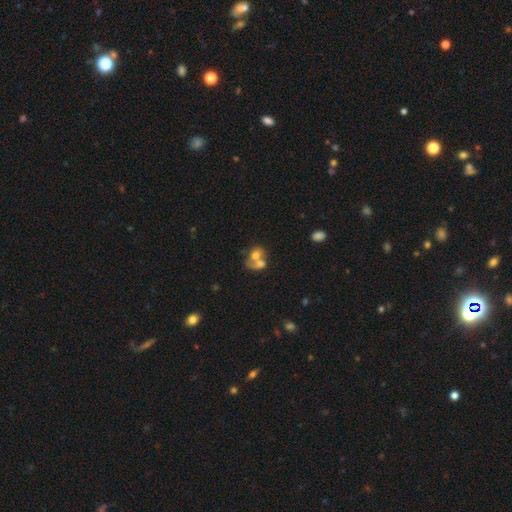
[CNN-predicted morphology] The model was most divided on "how rounded": in between: 51%, round: 47%, cigar-shaped: 1%. More confident: merging — merger (69%); smooth or featured — smooth (60%).